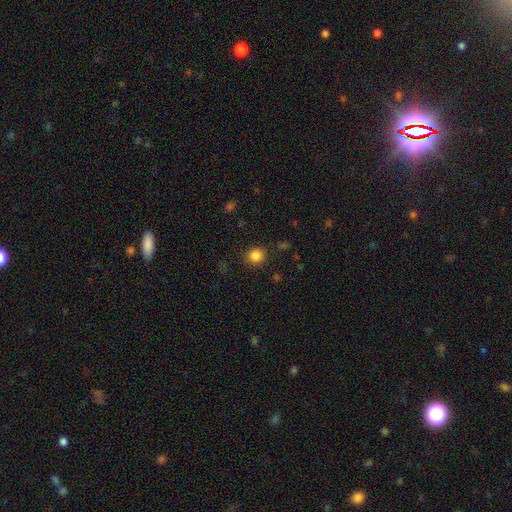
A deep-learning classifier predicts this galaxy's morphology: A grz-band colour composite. It shows a smooth galaxy with no disk features (85%) that is round (87%). Merging: none (89%).